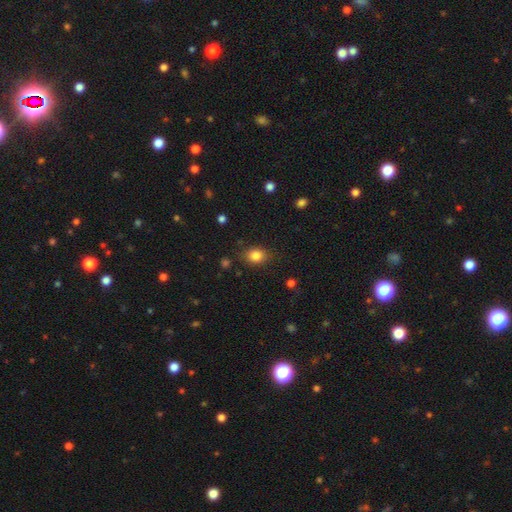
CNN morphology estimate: Smooth or featured? smooth (84%)
How rounded? in between (52%)
Merging? none (81%)